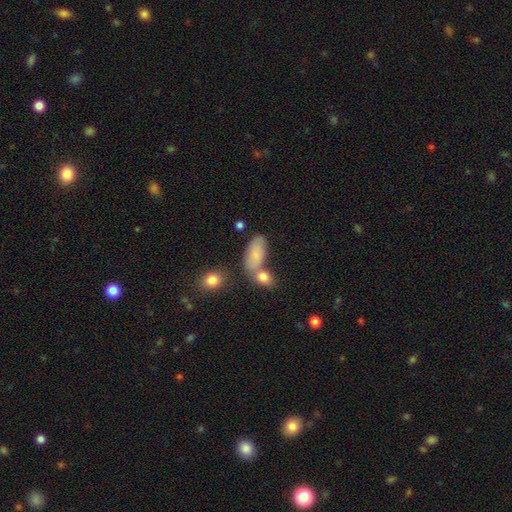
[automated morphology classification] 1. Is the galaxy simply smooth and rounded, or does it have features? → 76% smooth, 15% featured or disk, 9% star or artifact.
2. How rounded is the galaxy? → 89% in between, 7% cigar-shaped, 5% round.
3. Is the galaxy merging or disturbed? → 50% none, 27% merger, 17% minor disturbance, 6% major disturbance.